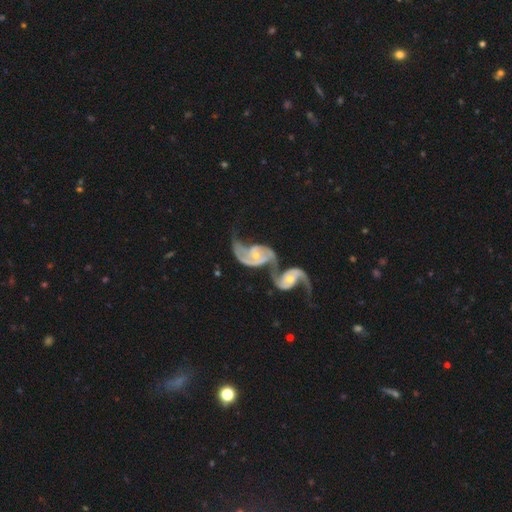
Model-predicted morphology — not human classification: Smooth or featured? Predicted: featured or disk (p=0.89). Edge-on disk? Predicted: no (p=0.97). Bar? Predicted: no (p=0.51). Spiral arms? Predicted: yes (p=0.95). Spiral winding? Predicted: loose (p=0.50). Spiral arm count? Predicted: 2 (p=0.86). Bulge size? Predicted: small (p=0.58). Merging? Predicted: merger (p=0.73).